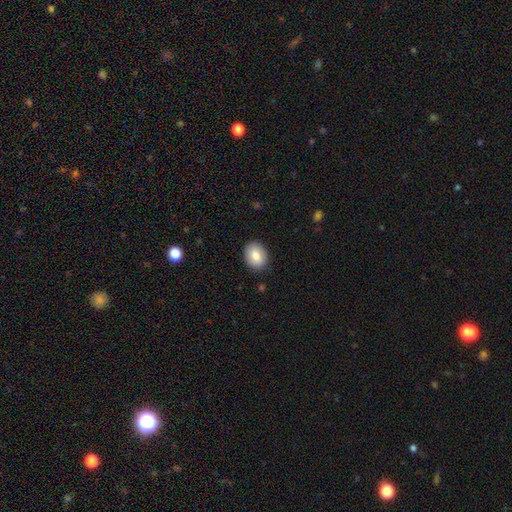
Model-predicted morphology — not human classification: Smooth or featured? smooth (82%)
How rounded? in between (62%)
Merging? none (87%)